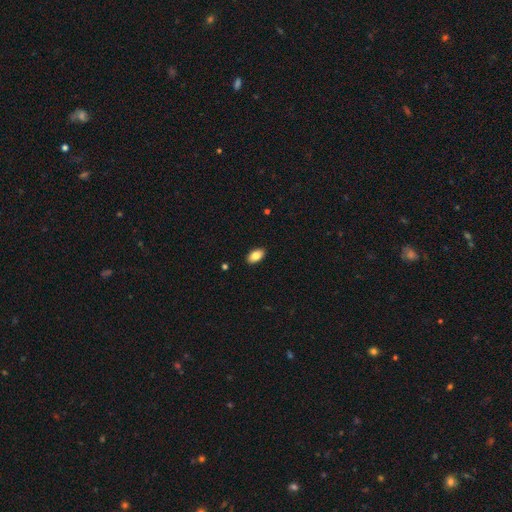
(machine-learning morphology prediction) smooth-or-featured: smooth: 84% | featured or disk: 9% | star or artifact: 7%
  how-rounded: in between: 93% | round: 5% | cigar-shaped: 2%
  merging: none: 90% | minor disturbance: 7% | major disturbance: 2% | merger: 1%